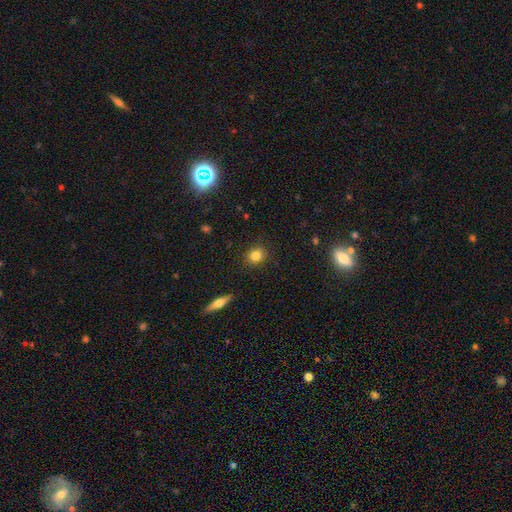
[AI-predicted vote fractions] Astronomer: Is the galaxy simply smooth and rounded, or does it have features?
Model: smooth — 82%.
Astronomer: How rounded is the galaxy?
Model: round — 71%.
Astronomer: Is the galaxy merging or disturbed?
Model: none — 87%.